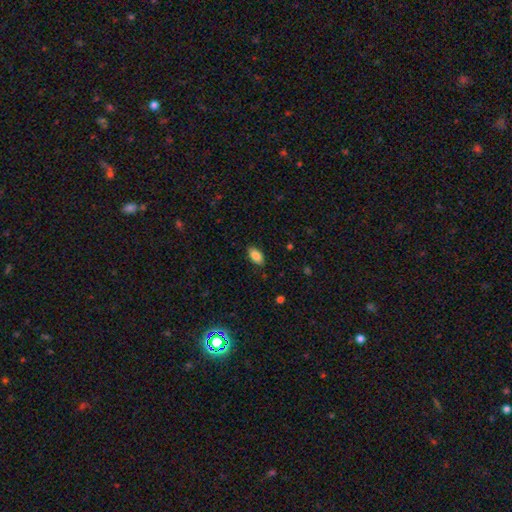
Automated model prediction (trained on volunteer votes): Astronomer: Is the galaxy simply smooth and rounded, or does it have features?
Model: smooth — 87%.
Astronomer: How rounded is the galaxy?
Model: in between — 93%.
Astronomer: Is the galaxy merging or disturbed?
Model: none — 86%.